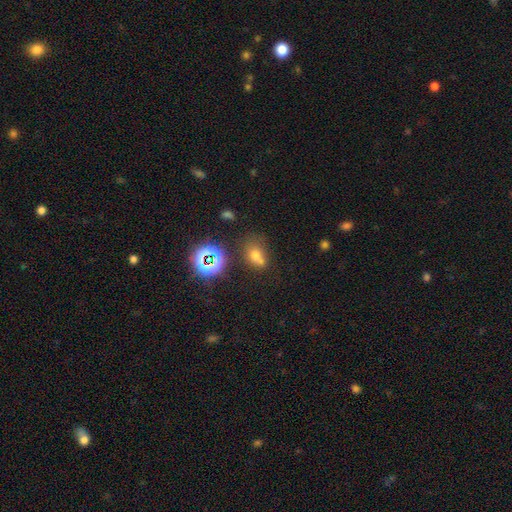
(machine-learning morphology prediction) Smooth or featured? smooth (60%)
How rounded? round (54%)
Merging? none (42%)